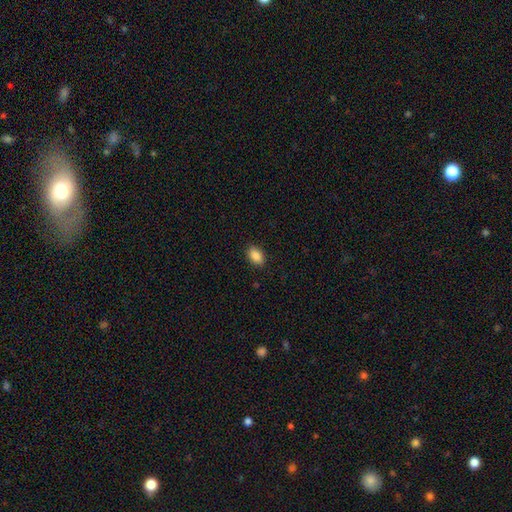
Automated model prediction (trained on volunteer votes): smooth_or_featured: smooth (p=0.88) [alt: star or artifact p=0.08]
how_rounded: in between (p=0.88) [alt: round p=0.10]
merging: none (p=0.89) [alt: minor disturbance p=0.08]